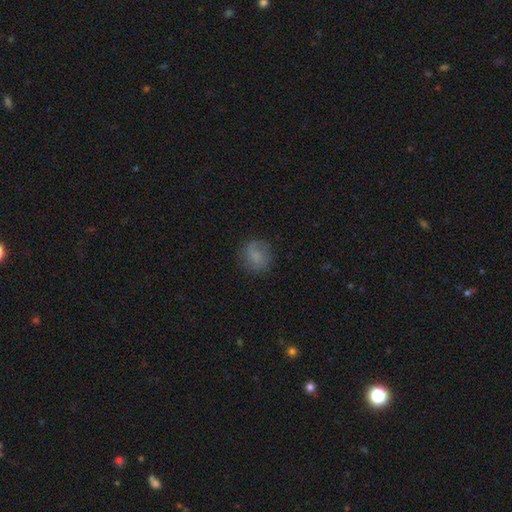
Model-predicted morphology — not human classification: Q: Smooth or featured?
A: smooth (68%); runner-up: featured or disk (22%)
Q: How rounded?
A: round (79%); runner-up: in between (19%)
Q: Merging?
A: none (75%); runner-up: minor disturbance (17%)